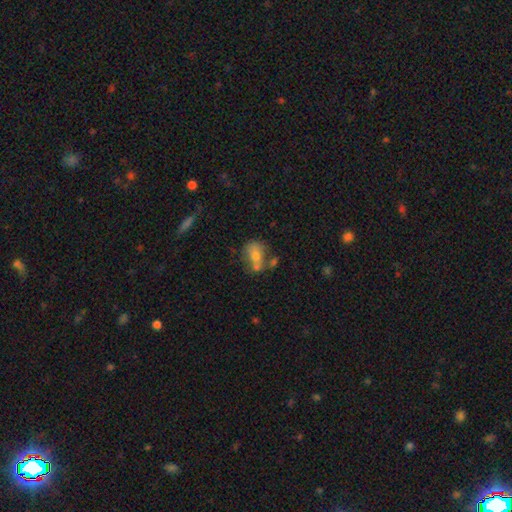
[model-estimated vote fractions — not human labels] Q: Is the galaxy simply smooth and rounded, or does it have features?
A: smooth — 65%.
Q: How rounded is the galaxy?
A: in between — 73%.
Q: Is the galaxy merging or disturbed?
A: none — 44%.